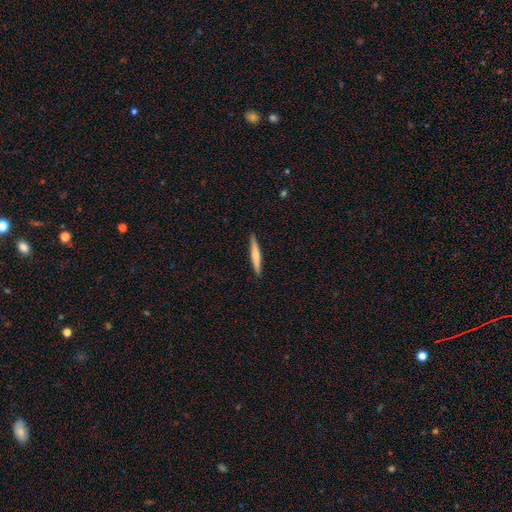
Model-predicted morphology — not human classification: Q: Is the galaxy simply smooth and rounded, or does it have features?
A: smooth — 62%.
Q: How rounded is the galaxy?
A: cigar-shaped — 95%.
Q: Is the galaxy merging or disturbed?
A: none — 90%.